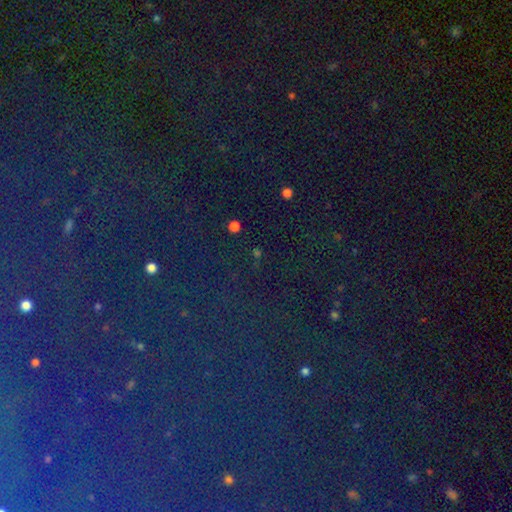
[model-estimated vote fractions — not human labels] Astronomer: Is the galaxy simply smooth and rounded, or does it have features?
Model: star or artifact — 80%.